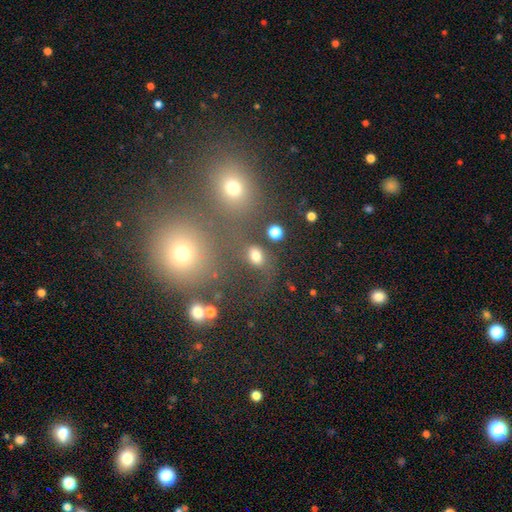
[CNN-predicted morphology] type=smooth (74%); roundness=in between (63%); merging=none (62%).